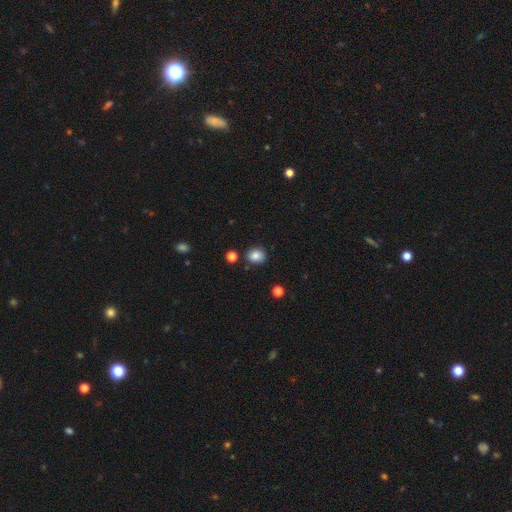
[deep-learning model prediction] Overall: smooth (84%). How rounded: round (61%; in between 38%). Merging: none (81%).